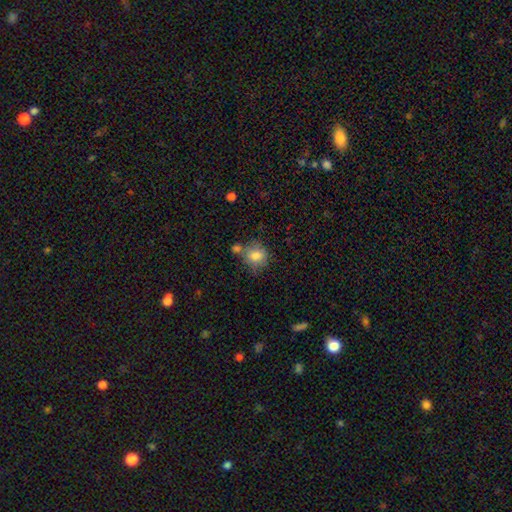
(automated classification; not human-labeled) Smooth or featured: smooth — 79% (featured or disk — 11%)
How rounded: round — 80% (in between — 19%)
Merging: none — 59% (merger — 19%)